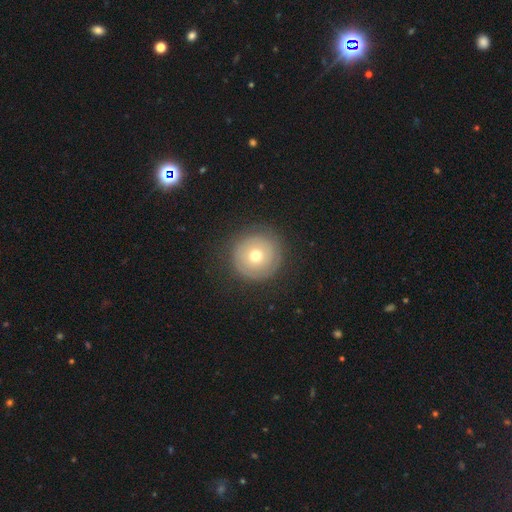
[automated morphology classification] This is possibly a smooth galaxy (52%). How rounded: clearly round (95%). Merging: clearly none (83%).